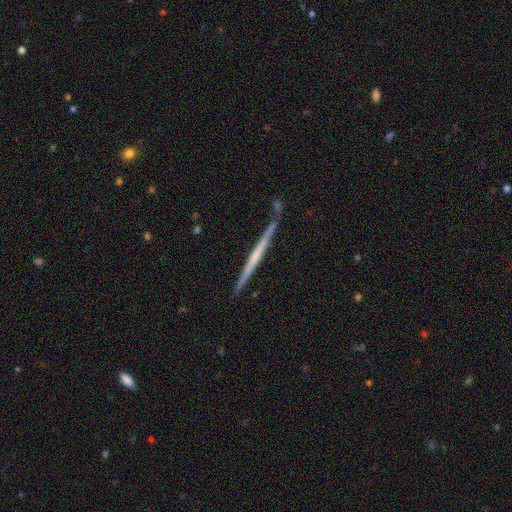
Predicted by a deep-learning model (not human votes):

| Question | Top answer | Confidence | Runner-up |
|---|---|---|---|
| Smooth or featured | featured or disk | 62% | smooth (33%) |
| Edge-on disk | yes | 98% | no (2%) |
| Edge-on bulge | none | 84% | rounded (10%) |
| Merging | none | 85% | minor disturbance (10%) |